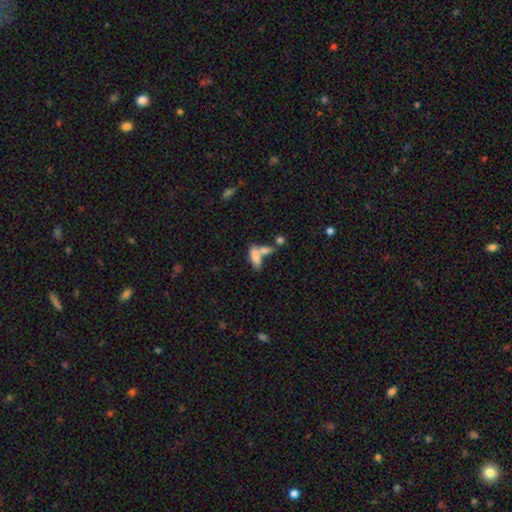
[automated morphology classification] The model was most divided on "merging": merger: 48%, none: 33%, minor disturbance: 12%, major disturbance: 7%. More confident: smooth or featured — smooth (77%); how rounded — in between (72%).